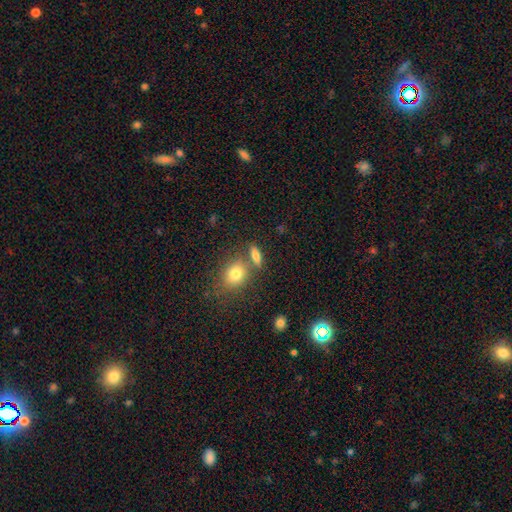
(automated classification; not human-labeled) Morphology: type=smooth (73%); roundness=in between (53%); merging=none (66%).